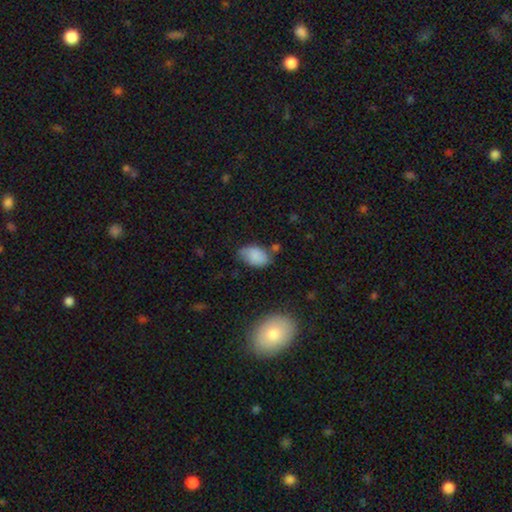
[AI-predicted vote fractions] smooth-or-featured: smooth: 82% | featured or disk: 10% | star or artifact: 8%
  how-rounded: in between: 89% | round: 10% | cigar-shaped: 1%
  merging: none: 52% | minor disturbance: 33% | major disturbance: 9% | merger: 6%